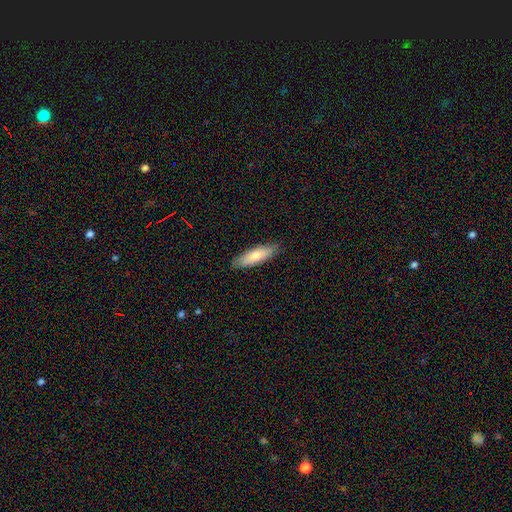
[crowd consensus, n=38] A smooth galaxy with no disk features (82%) that is in between round and cigar-shaped (55%). Merging: none (83%).